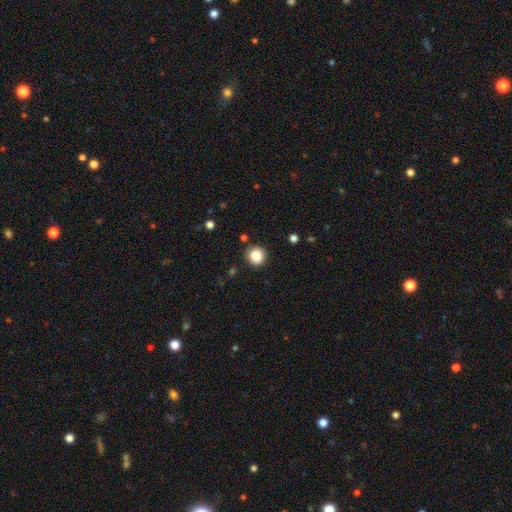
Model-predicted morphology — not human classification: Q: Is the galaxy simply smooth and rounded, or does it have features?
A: smooth — 85%.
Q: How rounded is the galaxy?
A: round — 94%.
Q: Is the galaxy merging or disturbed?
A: none — 91%.